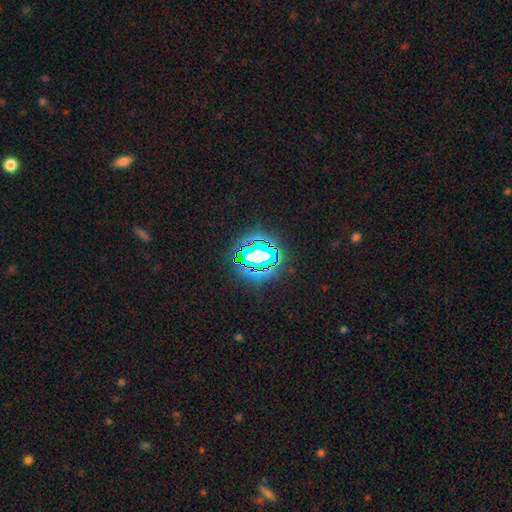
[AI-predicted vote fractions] This is likely a star or artifact rather than a galaxy (62%).